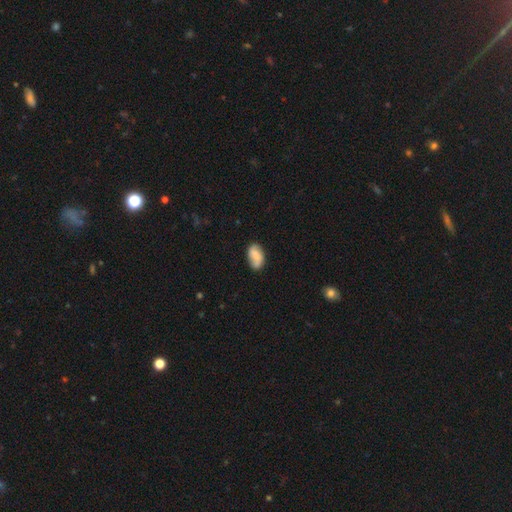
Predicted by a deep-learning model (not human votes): Morphology: type=smooth (73%); roundness=in between (93%); merging=none (74%).